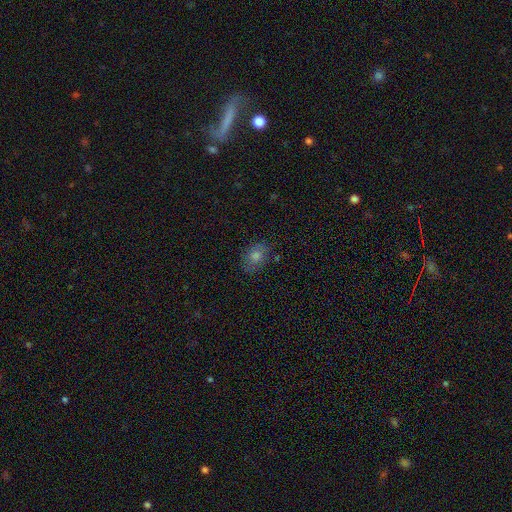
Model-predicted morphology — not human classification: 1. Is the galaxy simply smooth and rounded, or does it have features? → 70% smooth, 16% star or artifact, 14% featured or disk.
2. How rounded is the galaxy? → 68% in between, 30% round, 1% cigar-shaped.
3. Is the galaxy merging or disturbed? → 81% none, 14% minor disturbance, 3% major disturbance, 2% merger.